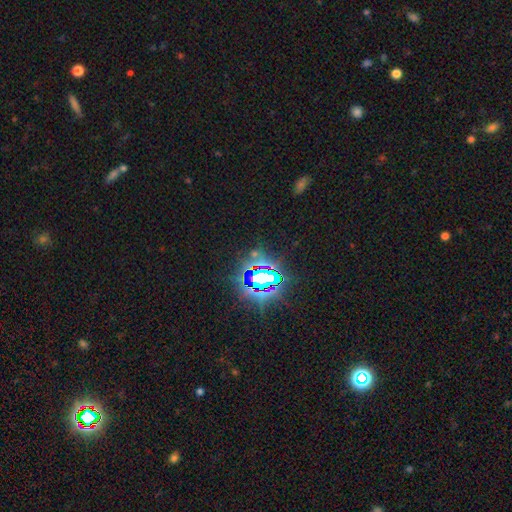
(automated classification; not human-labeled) smooth-or-featured: star or artifact: 79% | smooth: 12% | featured or disk: 9%